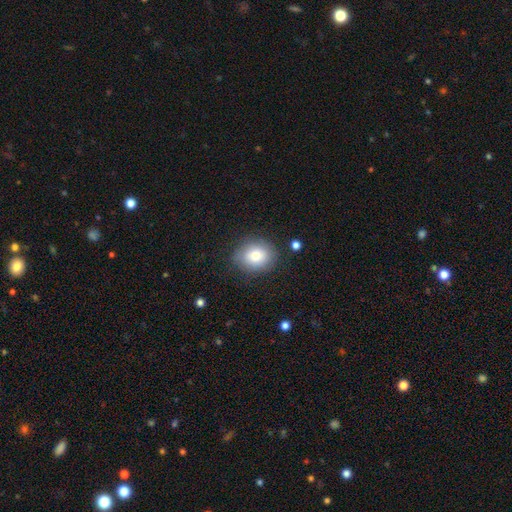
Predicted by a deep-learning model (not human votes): smooth_or_featured: smooth (p=0.79) [alt: featured or disk p=0.12]
how_rounded: round (p=0.62) [alt: in between p=0.37]
merging: none (p=0.83) [alt: minor disturbance p=0.12]